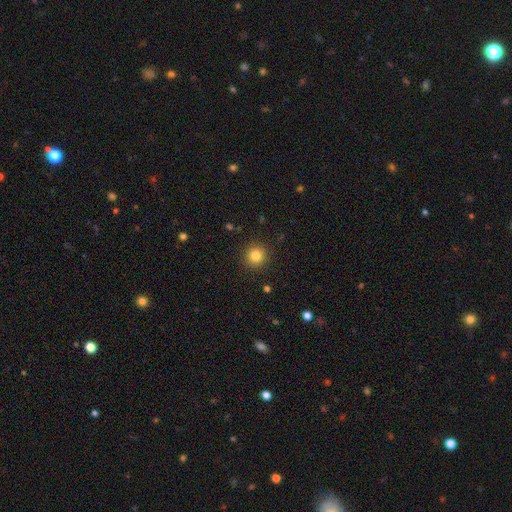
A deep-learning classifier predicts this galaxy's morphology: A smooth galaxy with no disk features (83%) that is round (94%). Merging: none (91%).